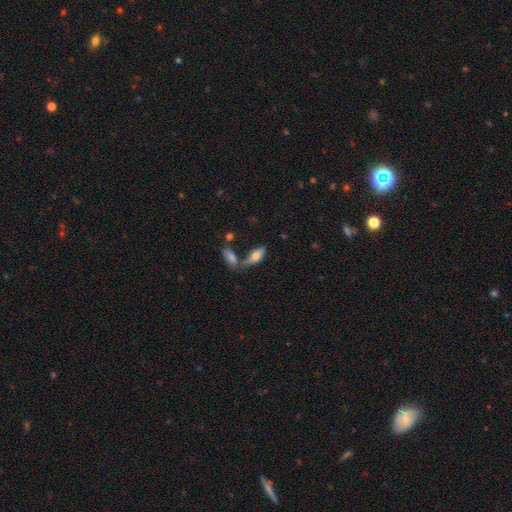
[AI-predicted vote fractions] smooth_or_featured: smooth (p=0.69) [alt: featured or disk p=0.24]
how_rounded: in between (p=0.72) [alt: cigar-shaped p=0.26]
merging: none (p=0.47) [alt: merger p=0.34]